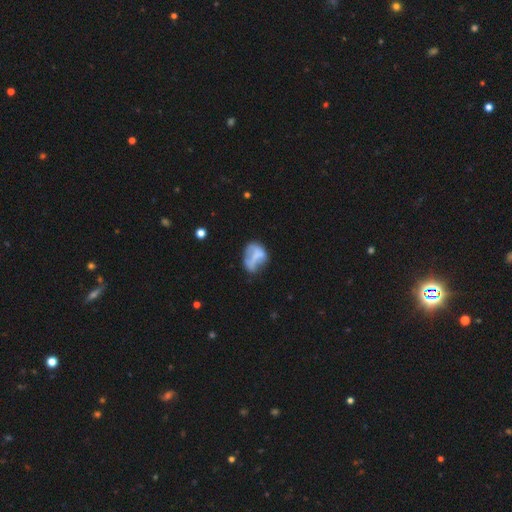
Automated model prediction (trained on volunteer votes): Smooth or featured: smooth — 52% (featured or disk — 38%)
How rounded: in between — 70% (round — 28%)
Merging: none — 33% (minor disturbance — 30%)